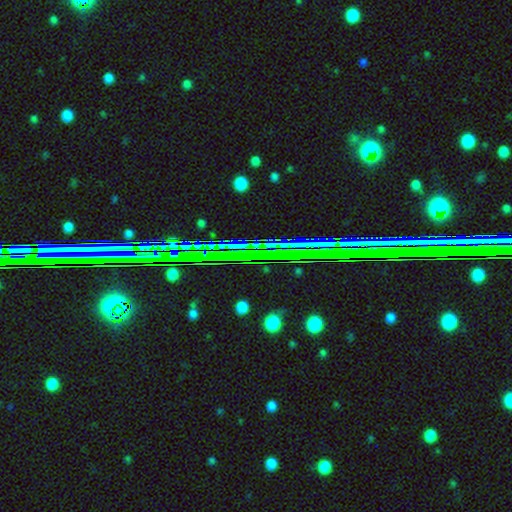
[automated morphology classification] This is likely a star or artifact rather than a galaxy (76%).